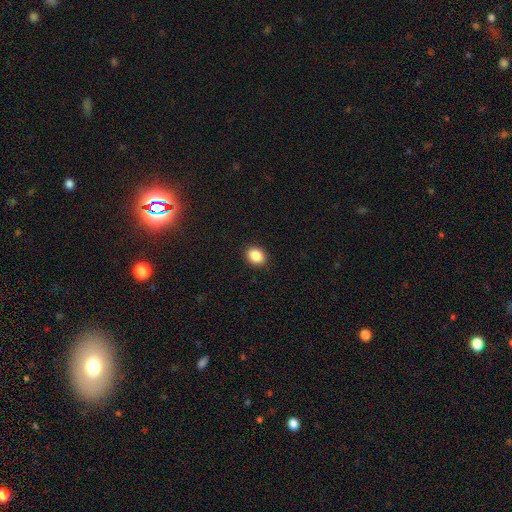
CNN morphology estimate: smooth-or-featured: smooth: 87% | star or artifact: 9% | featured or disk: 4%
  how-rounded: in between: 51% | round: 48% | cigar-shaped: 1%
  merging: none: 90% | minor disturbance: 7% | major disturbance: 2% | merger: 1%